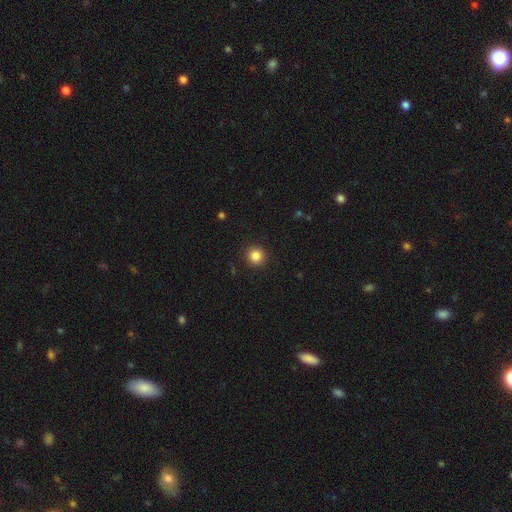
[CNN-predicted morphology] This appears to be a smooth galaxy with no disk features (85%) that is round (93%). Merging: none (92%).